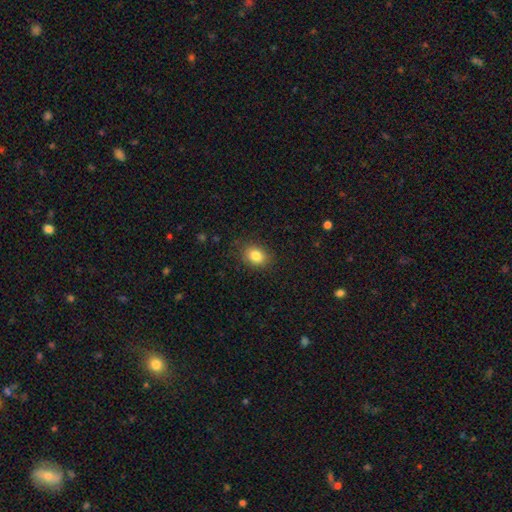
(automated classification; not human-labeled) Smooth or featured? Predicted: smooth (p=0.84). How rounded? Predicted: in between (p=0.58). Merging? Predicted: none (p=0.85).